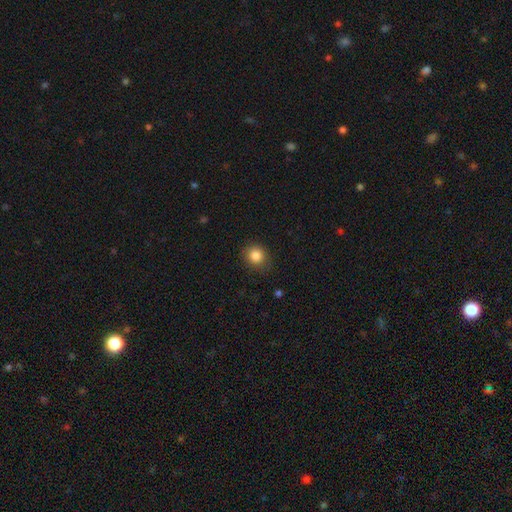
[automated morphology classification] Smooth or featured? Predicted: smooth (p=0.85). How rounded? Predicted: round (p=0.78). Merging? Predicted: none (p=0.81).